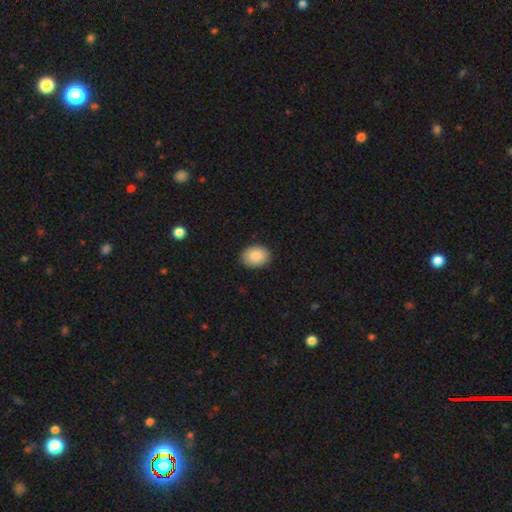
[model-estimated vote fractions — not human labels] Smooth or featured: smooth — 89% (star or artifact — 7%)
How rounded: in between — 72% (round — 27%)
Merging: none — 89% (minor disturbance — 9%)